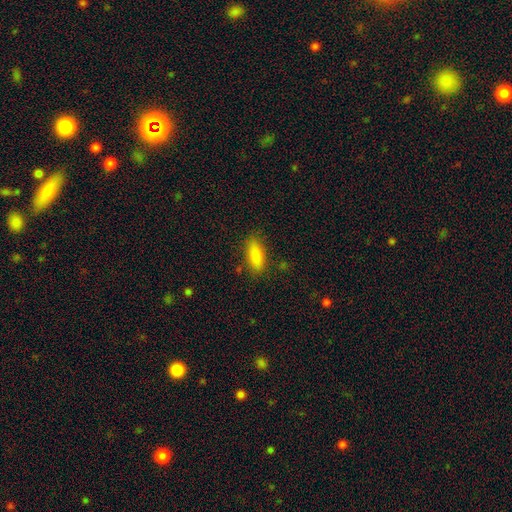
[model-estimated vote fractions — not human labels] Overall: smooth (86%). How rounded: in between (77%). Merging: none (81%).